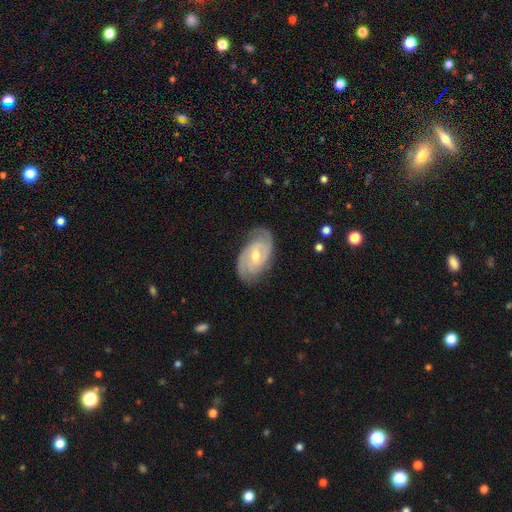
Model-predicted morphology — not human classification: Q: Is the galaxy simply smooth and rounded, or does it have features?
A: featured or disk — 83%.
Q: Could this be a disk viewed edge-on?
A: no — 95%.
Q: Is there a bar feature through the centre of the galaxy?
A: weak — 48%.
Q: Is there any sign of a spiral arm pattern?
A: yes — 94%.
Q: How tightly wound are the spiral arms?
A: tight — 56%.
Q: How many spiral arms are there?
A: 2 — 77%.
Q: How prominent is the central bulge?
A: moderate — 57%.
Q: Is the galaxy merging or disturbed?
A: none — 80%.